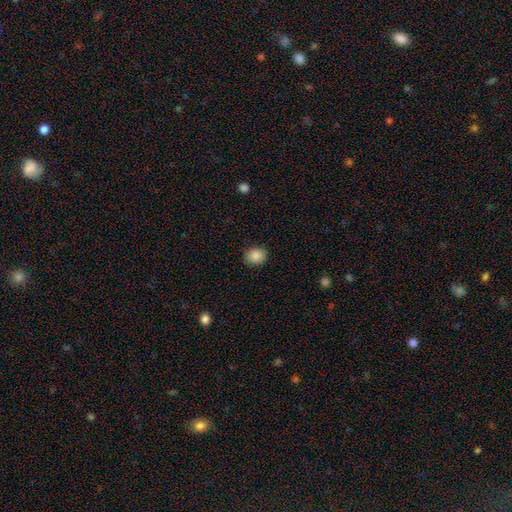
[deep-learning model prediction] A smooth galaxy with no disk features (88%) that is round (66%). Merging: none (86%).